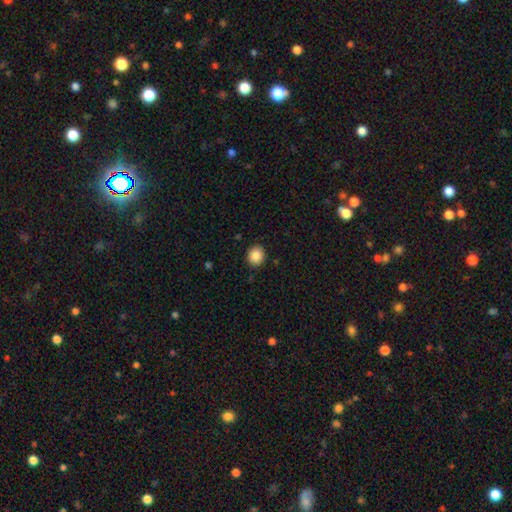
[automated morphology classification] The model was most divided on "how rounded": round: 81%, in between: 18%, cigar-shaped: 1%. More confident: merging — none (90%); smooth or featured — smooth (88%).